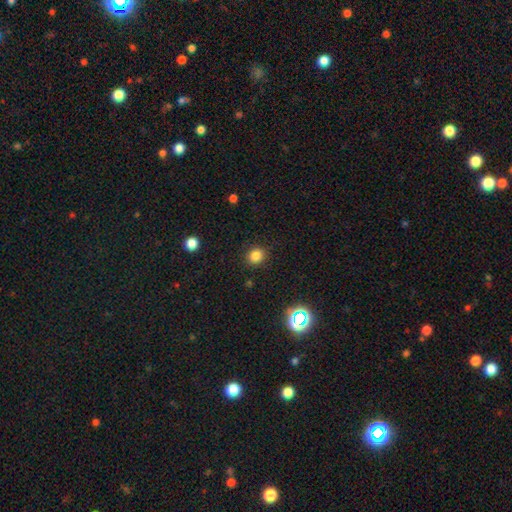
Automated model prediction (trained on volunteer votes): smooth-or-featured: smooth: 82% | star or artifact: 14% | featured or disk: 4%
  how-rounded: round: 84% | in between: 15% | cigar-shaped: 1%
  merging: none: 90% | minor disturbance: 7% | major disturbance: 2% | merger: 1%